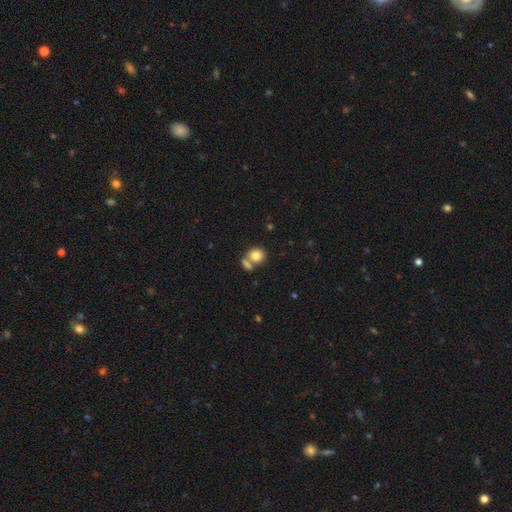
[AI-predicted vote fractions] This is clearly a smooth galaxy (82%). How rounded: likely round (73%). Merging: possibly none (48%).